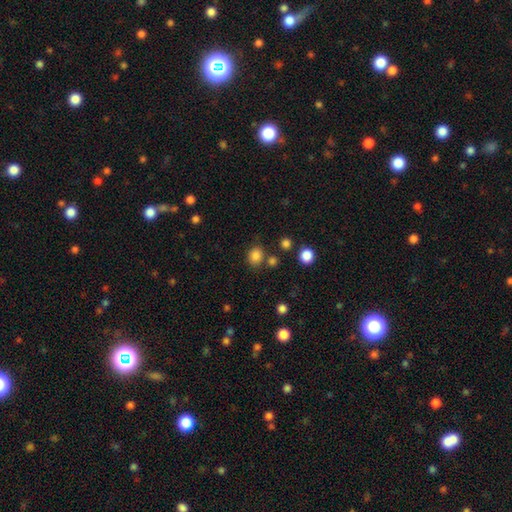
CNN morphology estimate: smooth-or-featured: smooth: 83% | star or artifact: 12% | featured or disk: 5%
  how-rounded: round: 71% | in between: 28% | cigar-shaped: 1%
  merging: none: 76% | minor disturbance: 11% | merger: 9% | major disturbance: 4%